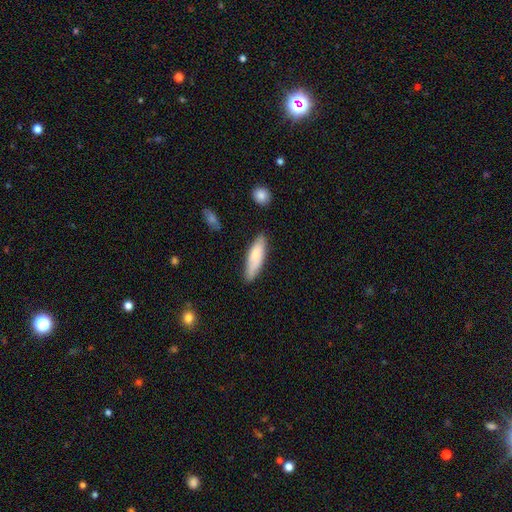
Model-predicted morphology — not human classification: Smooth or featured: smooth — 73% (featured or disk — 21%)
How rounded: cigar-shaped — 54% (in between — 45%)
Merging: none — 78% (minor disturbance — 17%)